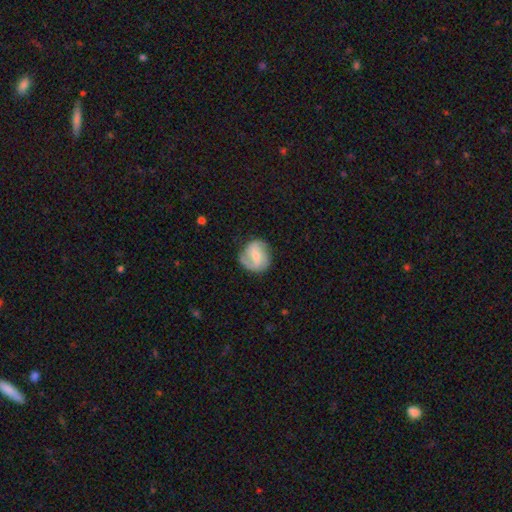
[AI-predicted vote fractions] smooth-or-featured: featured or disk: 70% | smooth: 24% | star or artifact: 6%
  disk-edge-on: no: 98% | yes: 2%
    bar: weak: 52% | no: 28% | strong: 20%
    has-spiral-arms: yes: 93% | no: 7%
      spiral-winding: medium: 46% | tight: 28% | loose: 26%
      spiral-arm-count: 2: 57% | 3: 17% | can't tell: 13% | 1: 8% | 4: 3% | more than 4: 2%
    bulge-size: small: 47% | moderate: 38% | none: 10% | large: 4% | dominant: 1%
  merging: none: 72% | minor disturbance: 18% | major disturbance: 8% | merger: 1%